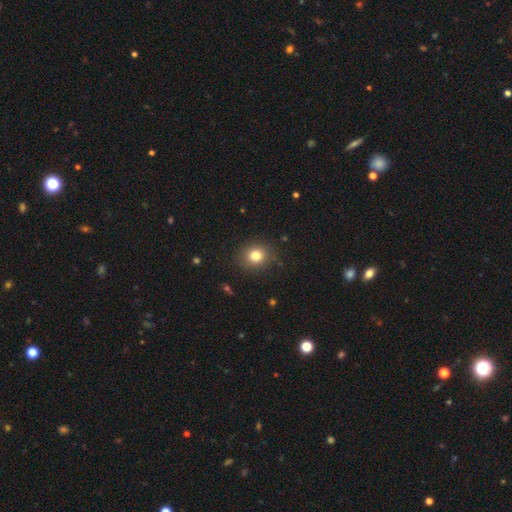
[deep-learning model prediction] smooth-or-featured: smooth: 81% | star or artifact: 12% | featured or disk: 7%
  how-rounded: round: 76% | in between: 23% | cigar-shaped: 1%
  merging: none: 87% | minor disturbance: 9% | major disturbance: 3% | merger: 1%